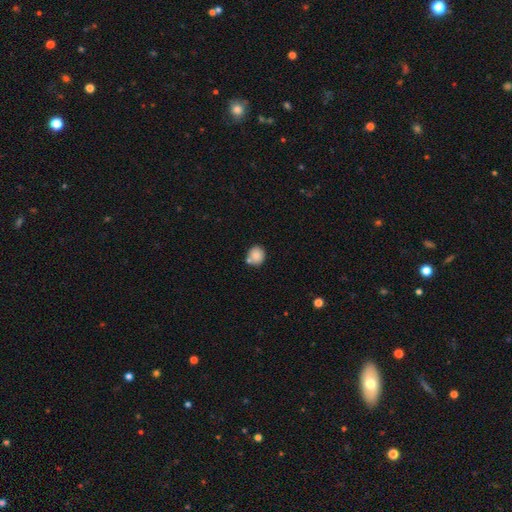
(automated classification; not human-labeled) Q: Smooth or featured?
A: smooth (85%); runner-up: star or artifact (9%)
Q: How rounded?
A: round (79%); runner-up: in between (20%)
Q: Merging?
A: none (64%); runner-up: merger (19%)